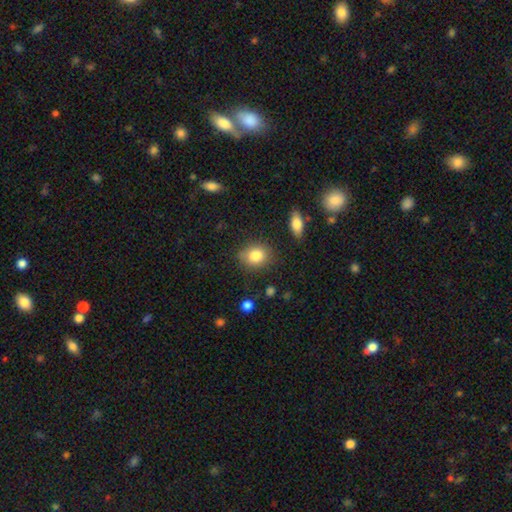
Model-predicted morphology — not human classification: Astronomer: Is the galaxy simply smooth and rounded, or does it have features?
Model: smooth — 83%.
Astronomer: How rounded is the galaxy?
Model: round — 58% (runner-up: in between, 41%).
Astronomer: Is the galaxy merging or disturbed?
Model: none — 80%.